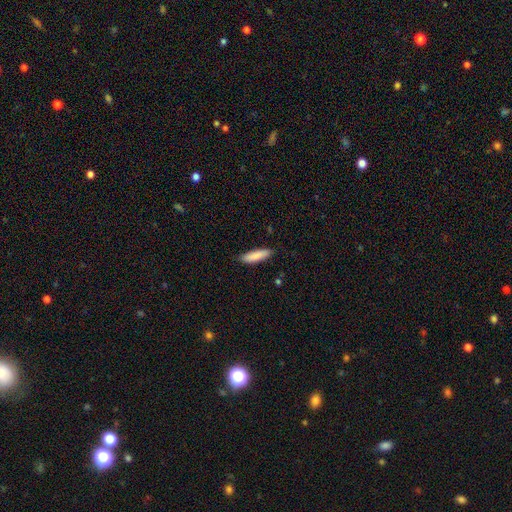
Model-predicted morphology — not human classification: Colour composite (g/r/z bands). It shows a smooth galaxy with no disk features (87%) that is cigar-shaped (63%). Merging: none (87%).